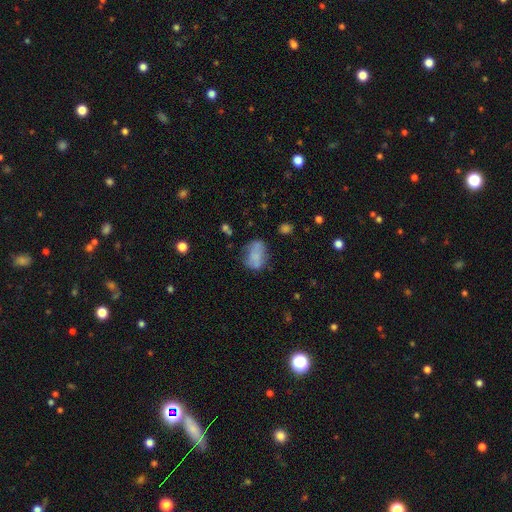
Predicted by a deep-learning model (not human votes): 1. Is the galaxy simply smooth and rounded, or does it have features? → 66% smooth, 23% featured or disk, 11% star or artifact.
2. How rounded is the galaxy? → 78% in between, 21% round, 2% cigar-shaped.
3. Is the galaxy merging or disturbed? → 48% none, 28% minor disturbance, 16% major disturbance, 8% merger.